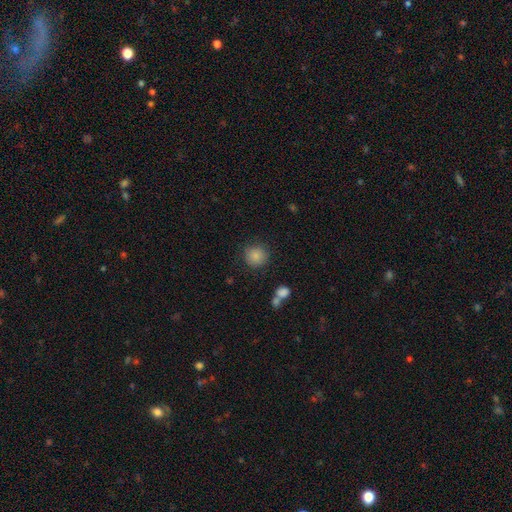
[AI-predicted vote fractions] Smooth or featured?
  - smooth: 85% *
  - star or artifact: 10%
  - featured or disk: 5%
How rounded?
  - round: 90% *
  - in between: 9%
  - cigar-shaped: 1%
Merging?
  - none: 83% *
  - minor disturbance: 10%
  - merger: 4%
  - major disturbance: 4%